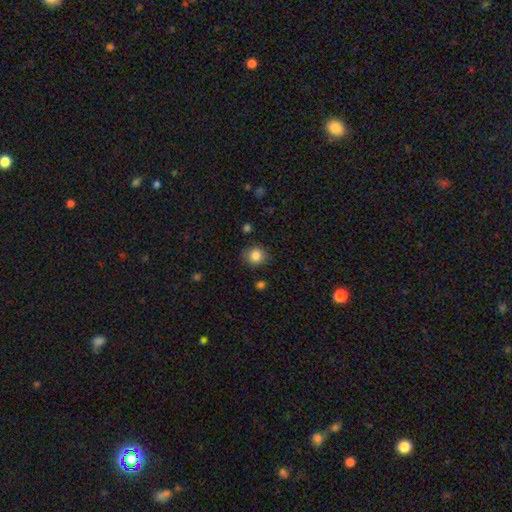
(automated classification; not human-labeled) smooth_or_featured: smooth (p=0.85) [alt: star or artifact p=0.10]
how_rounded: round (p=0.84) [alt: in between p=0.15]
merging: none (p=0.85) [alt: minor disturbance p=0.11]